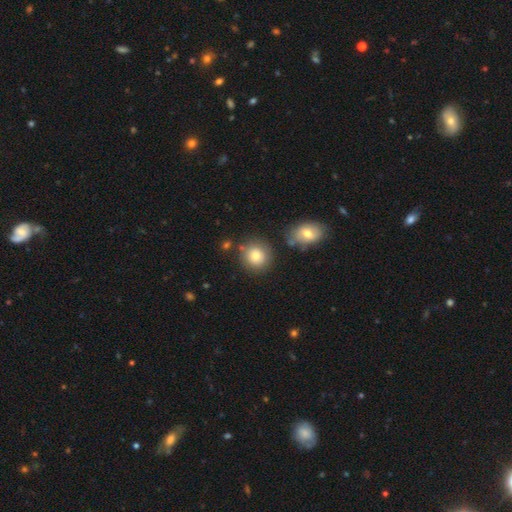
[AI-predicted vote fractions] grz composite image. It shows a smooth galaxy with no disk features (79%) that is round (89%). Merging: none (78%).